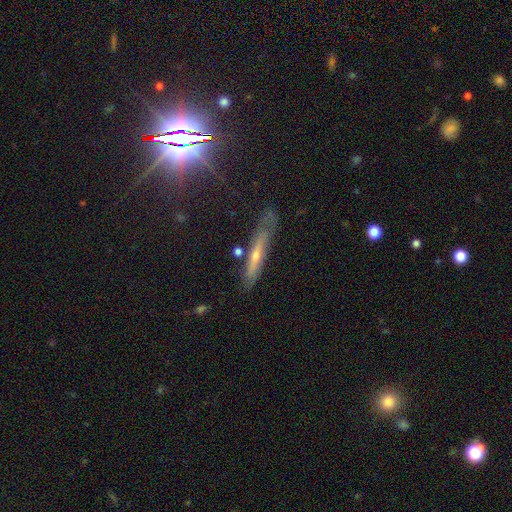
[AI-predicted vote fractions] featured or disk 56%, smooth 33%, star or artifact 11%. Down the decision tree: edge-on disk — yes (81%); merging — none (70%).